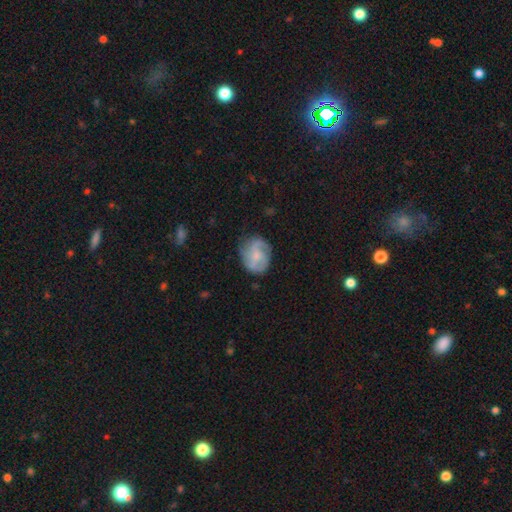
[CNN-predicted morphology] smooth-or-featured: featured or disk: 62% | smooth: 31% | star or artifact: 7%
  disk-edge-on: no: 98% | yes: 2%
    bar: no: 57% | weak: 37% | strong: 7%
    has-spiral-arms: yes: 85% | no: 15%
      spiral-winding: medium: 44% | loose: 29% | tight: 26%
      spiral-arm-count: 2: 32% | 3: 30% | can't tell: 23% | 4: 6% | 1: 5% | more than 4: 4%
    bulge-size: small: 56% | moderate: 30% | none: 11% | large: 2% | dominant: 1%
  merging: none: 65% | minor disturbance: 24% | major disturbance: 10% | merger: 2%